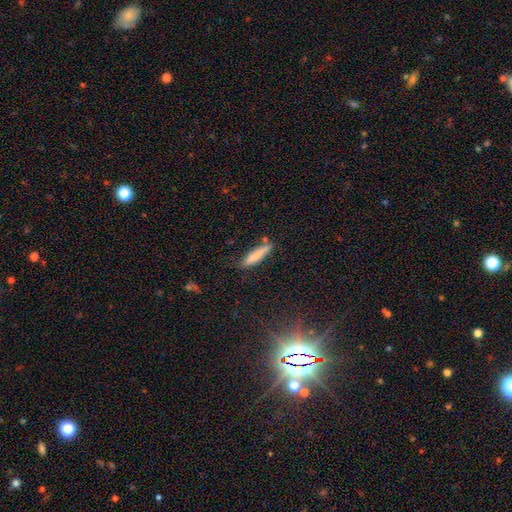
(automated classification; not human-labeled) smooth-or-featured: smooth: 80% | featured or disk: 14% | star or artifact: 7%
  how-rounded: cigar-shaped: 84% | in between: 15% | round: 1%
  merging: none: 74% | minor disturbance: 17% | merger: 5% | major disturbance: 4%